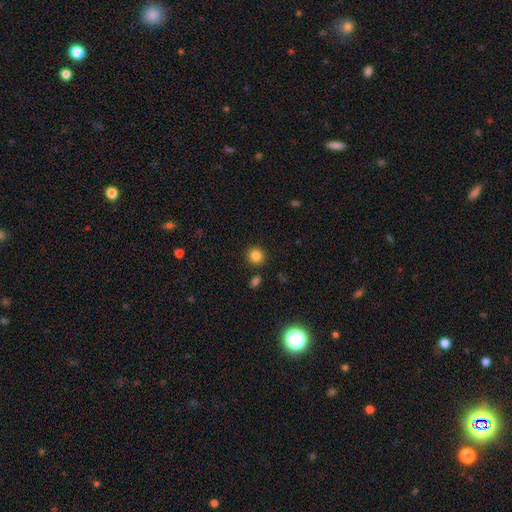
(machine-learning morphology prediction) smooth 85%, star or artifact 11%, featured or disk 4%. Down the decision tree: how rounded — round (84%); merging — none (87%).